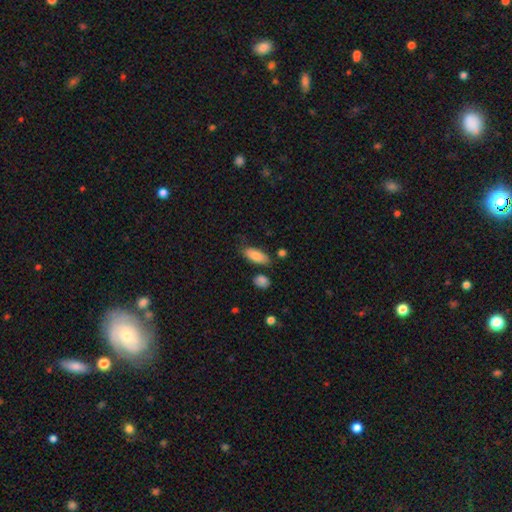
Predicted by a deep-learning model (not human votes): A smooth galaxy with no disk features (83%) that is in between round and cigar-shaped (86%).

Vote fractions:
- Smooth or featured? smooth: 83% / featured or disk: 10% / star or artifact: 7%
- How rounded? in between: 86% / cigar-shaped: 12% / round: 2%
- Merging? none: 73% / minor disturbance: 18% / merger: 5% / major disturbance: 4%